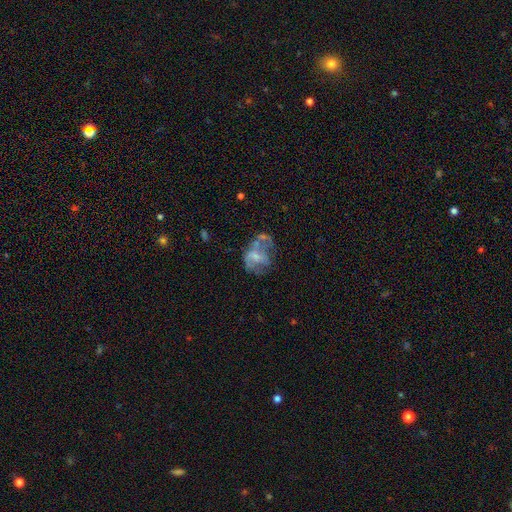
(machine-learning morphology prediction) A featured or disk galaxy (57%) with no bar (67%), no spiral arms (66%) and a small central bulge (41%).

Vote fractions:
- Smooth or featured? featured or disk: 57% / smooth: 31% / star or artifact: 12%
- Edge-on disk? no: 98% / yes: 2%
- Bar? no: 67% / weak: 28% / strong: 6%
- Spiral arms? no: 66% / yes: 34%
- Bulge size? small: 41% / none: 30% / moderate: 25% / large: 3% / dominant: 1%
- Merging? major disturbance: 40% / none: 31% / minor disturbance: 21% / merger: 9%